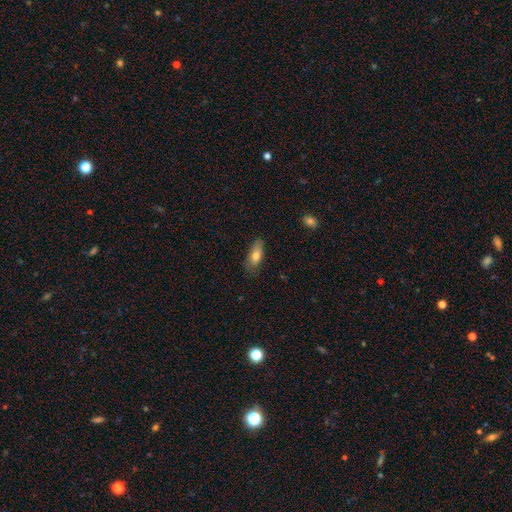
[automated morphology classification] smooth_or_featured: smooth (p=0.75) [alt: featured or disk p=0.18]
how_rounded: in between (p=0.78) [alt: cigar-shaped p=0.19]
merging: none (p=0.74) [alt: minor disturbance p=0.21]